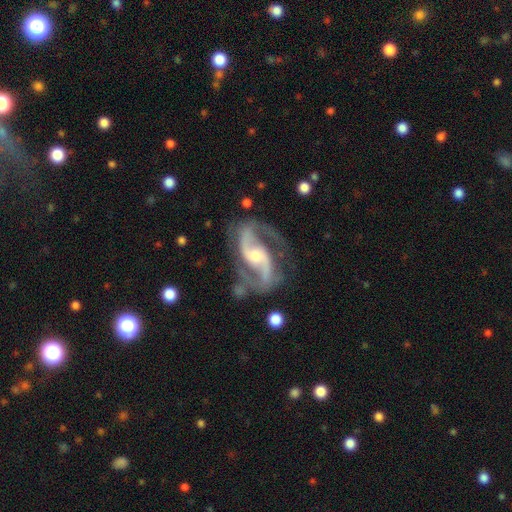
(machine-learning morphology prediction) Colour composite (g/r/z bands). It shows a featured or disk galaxy (92%) with no bar (39%), 2 (92%) medium (57%) spiral arms (98%) and a moderate central bulge (52%). Merging: none (69%).